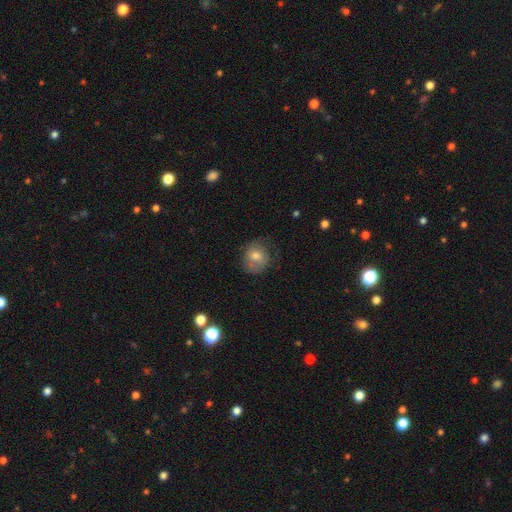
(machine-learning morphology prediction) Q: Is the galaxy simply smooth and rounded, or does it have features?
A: smooth — 56%.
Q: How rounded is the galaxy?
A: round — 77%.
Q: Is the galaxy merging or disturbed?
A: none — 61%.